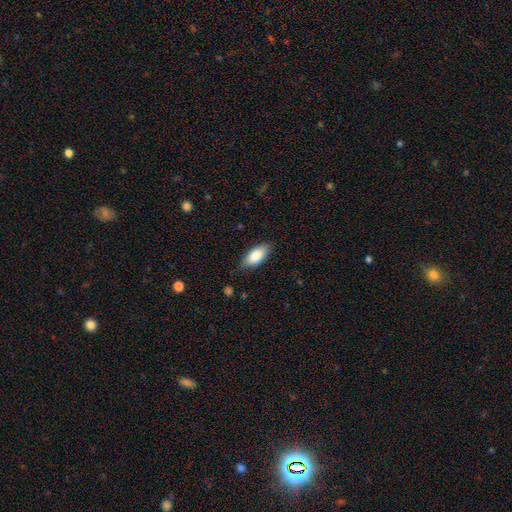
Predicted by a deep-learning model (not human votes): This appears to be a smooth galaxy with no disk features (85%) that is in between round and cigar-shaped (88%). Merging: none (83%).